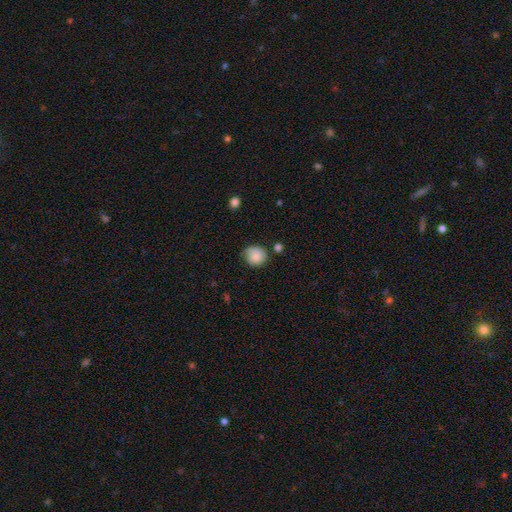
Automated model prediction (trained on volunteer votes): smooth_or_featured: smooth (p=0.82) [alt: featured or disk p=0.10]
how_rounded: round (p=0.82) [alt: in between p=0.17]
merging: none (p=0.62) [alt: minor disturbance p=0.28]